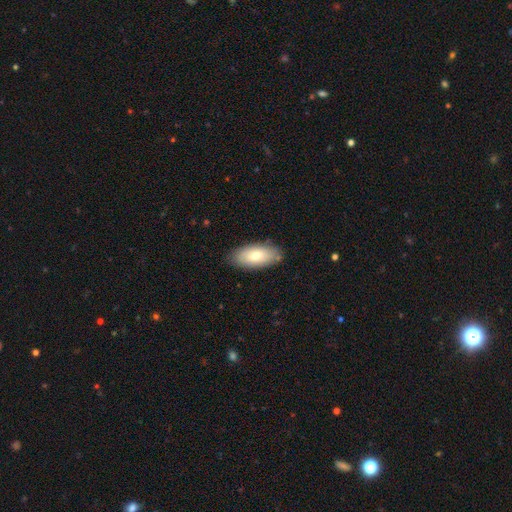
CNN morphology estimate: Smooth or featured: smooth — 74% (featured or disk — 19%)
How rounded: in between — 88% (cigar-shaped — 10%)
Merging: none — 84% (minor disturbance — 12%)